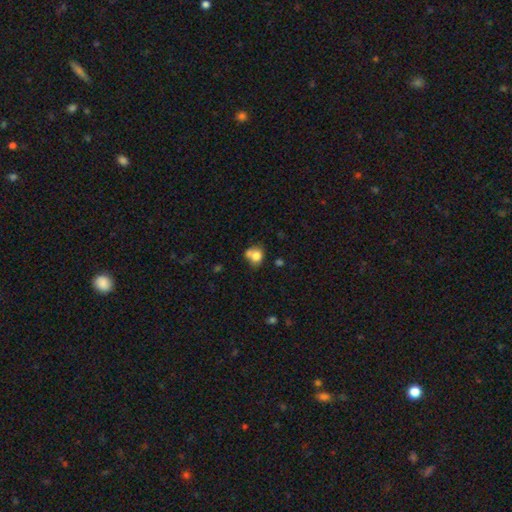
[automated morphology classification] A smooth galaxy with no disk features (77%) that is round (67%).

Vote fractions:
- Smooth or featured? smooth: 77% / featured or disk: 13% / star or artifact: 10%
- How rounded? round: 67% / in between: 32% / cigar-shaped: 1%
- Merging? none: 40% / merger: 38% / minor disturbance: 16% / major disturbance: 6%